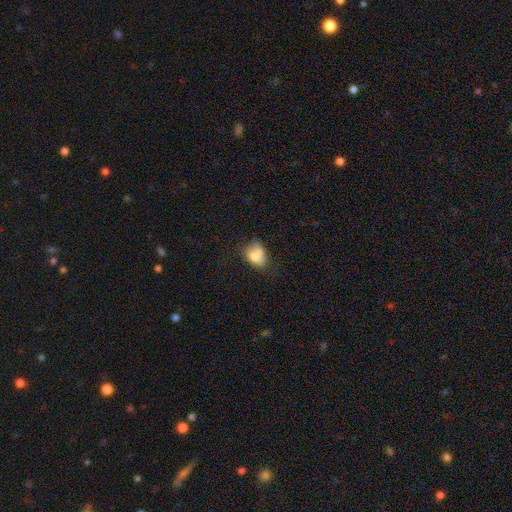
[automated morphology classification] Overall: smooth (72%). How rounded: in between (68%; round 31%). Merging: none (37%; merger 30%).